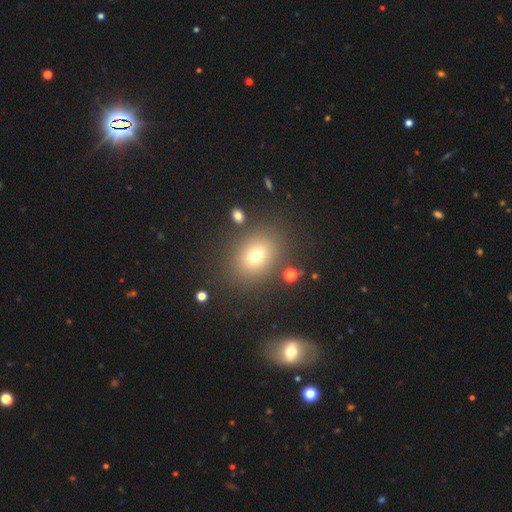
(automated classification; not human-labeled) Smooth or featured: smooth — 72% (star or artifact — 16%)
How rounded: in between — 54% (round — 45%)
Merging: none — 82% (minor disturbance — 9%)